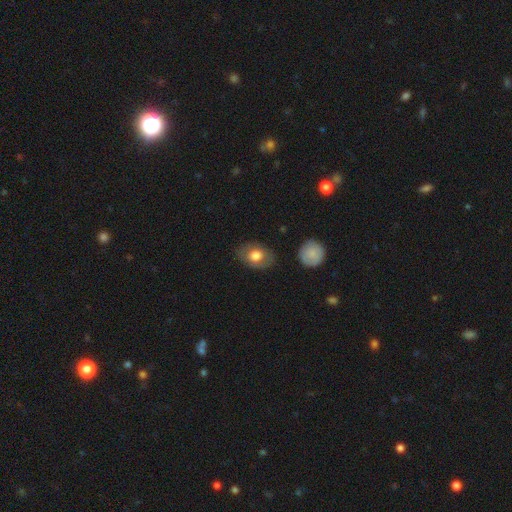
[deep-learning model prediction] Smooth or featured? Predicted: smooth (p=0.70). How rounded? Predicted: in between (p=0.78). Merging? Predicted: none (p=0.80).